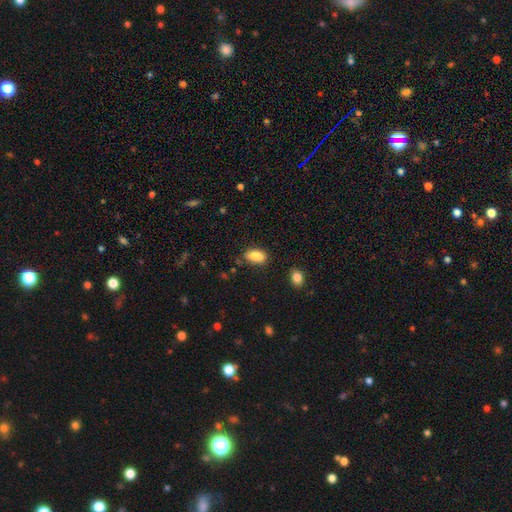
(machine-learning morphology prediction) A smooth galaxy with no disk features (85%) that is in between round and cigar-shaped (92%).

Vote fractions:
- Smooth or featured? smooth: 85% / featured or disk: 8% / star or artifact: 7%
- How rounded? in between: 92% / round: 5% / cigar-shaped: 3%
- Merging? none: 81% / minor disturbance: 14% / major disturbance: 3% / merger: 3%